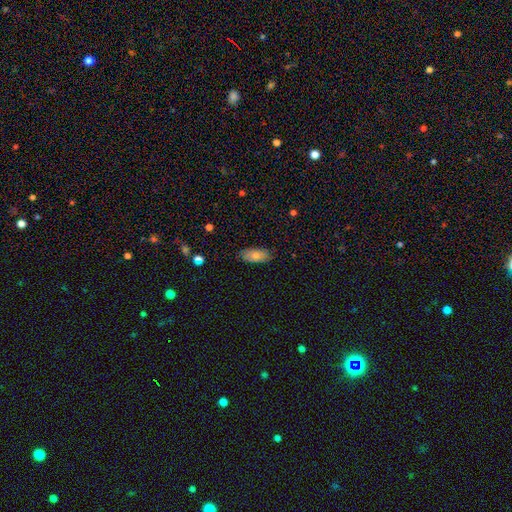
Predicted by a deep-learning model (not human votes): This appears to be a smooth galaxy with no disk features (78%) that is in between round and cigar-shaped (90%). Merging: none (82%).